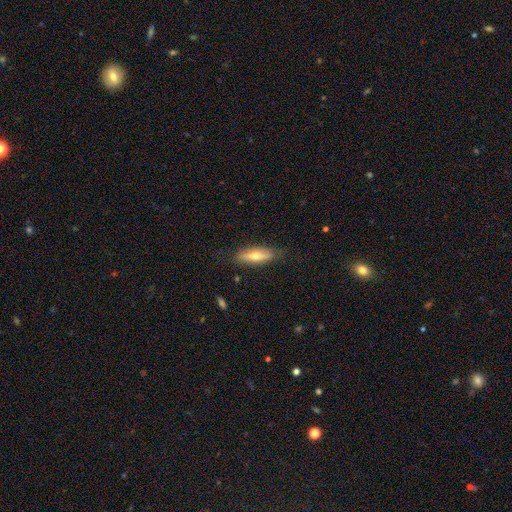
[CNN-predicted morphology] A smooth galaxy with no disk features (49%).

Vote fractions:
- Smooth or featured? smooth: 49% / featured or disk: 45% / star or artifact: 6%
- Merging? none: 80% / minor disturbance: 15% / major disturbance: 4% / merger: 1%